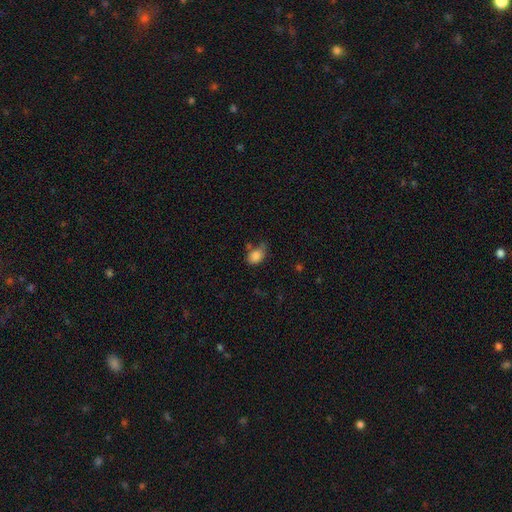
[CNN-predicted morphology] The model was most divided on "merging": none: 44%, minor disturbance: 34%, major disturbance: 12%, merger: 10%. More confident: smooth or featured — smooth (84%); how rounded — in between (80%).